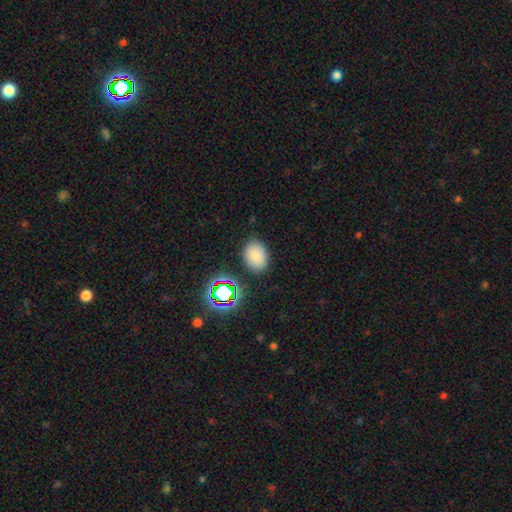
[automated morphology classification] Smooth or featured?
  - smooth: 79% *
  - star or artifact: 14%
  - featured or disk: 7%
How rounded?
  - in between: 72% *
  - round: 27%
  - cigar-shaped: 1%
Merging?
  - none: 84% *
  - minor disturbance: 11%
  - major disturbance: 3%
  - merger: 2%